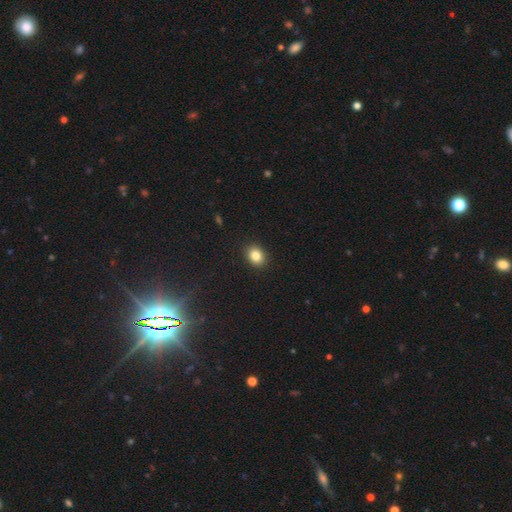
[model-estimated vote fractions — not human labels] smooth 84%, star or artifact 10%, featured or disk 6%. Down the decision tree: how rounded — in between (54%); merging — none (90%).